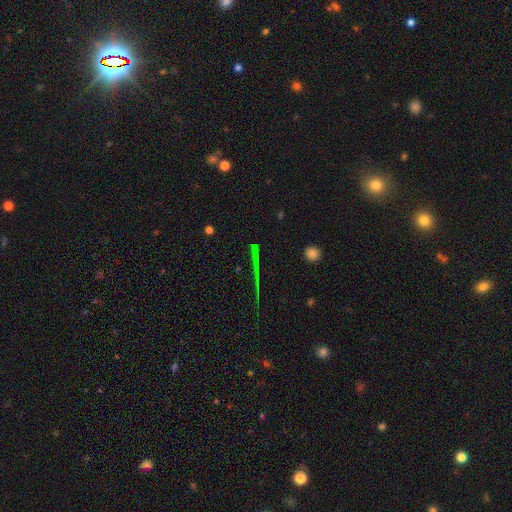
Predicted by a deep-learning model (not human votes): Overall: star or artifact (63%).